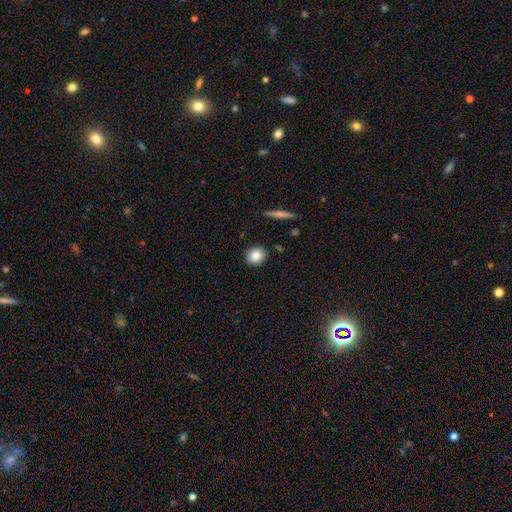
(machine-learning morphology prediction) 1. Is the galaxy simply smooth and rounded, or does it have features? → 83% smooth, 9% star or artifact, 8% featured or disk.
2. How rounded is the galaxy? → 82% round, 16% in between, 2% cigar-shaped.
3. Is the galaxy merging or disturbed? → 89% none, 7% minor disturbance, 2% merger, 2% major disturbance.